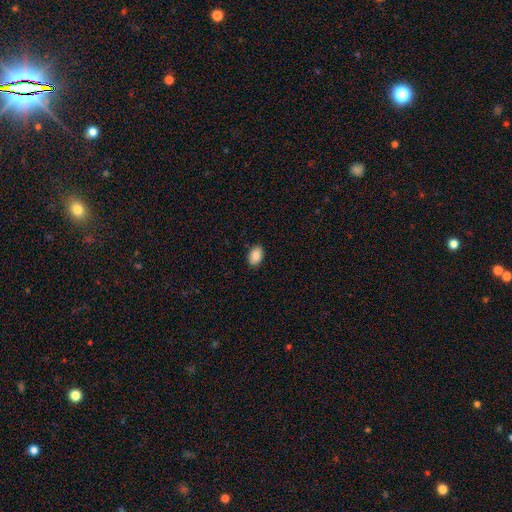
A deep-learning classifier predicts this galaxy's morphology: A smooth galaxy with no disk features (89%) that is in between round and cigar-shaped (88%).

Vote fractions:
- Smooth or featured? smooth: 89% / star or artifact: 7% / featured or disk: 3%
- How rounded? in between: 88% / round: 11% / cigar-shaped: 1%
- Merging? none: 88% / minor disturbance: 9% / major disturbance: 2% / merger: 1%